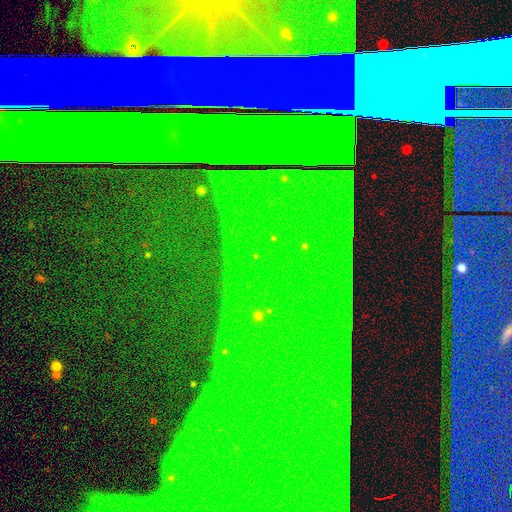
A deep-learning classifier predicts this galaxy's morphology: star or artifact 85%, featured or disk 8%, smooth 7%.